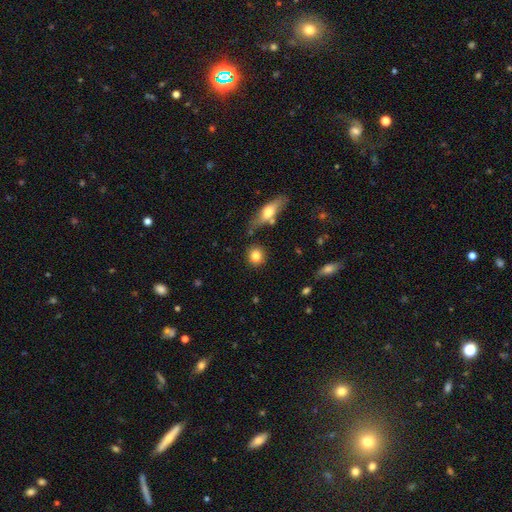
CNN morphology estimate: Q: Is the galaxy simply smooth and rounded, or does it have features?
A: smooth — 83%.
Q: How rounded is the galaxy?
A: round — 84%.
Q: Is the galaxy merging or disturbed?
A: none — 82%.